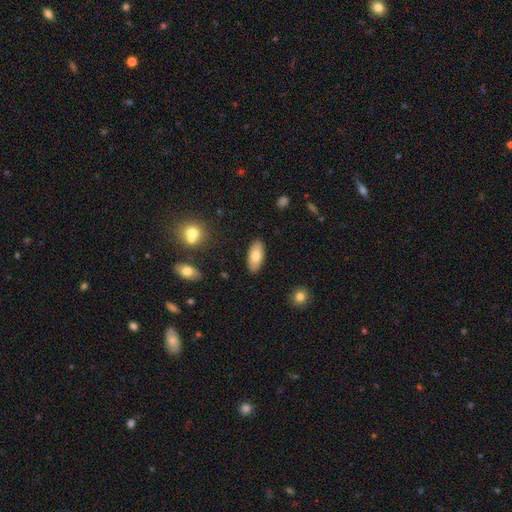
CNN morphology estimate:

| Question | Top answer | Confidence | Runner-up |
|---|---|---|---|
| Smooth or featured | smooth | 78% | featured or disk (16%) |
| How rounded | in between | 89% | cigar-shaped (8%) |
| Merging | none | 87% | minor disturbance (9%) |